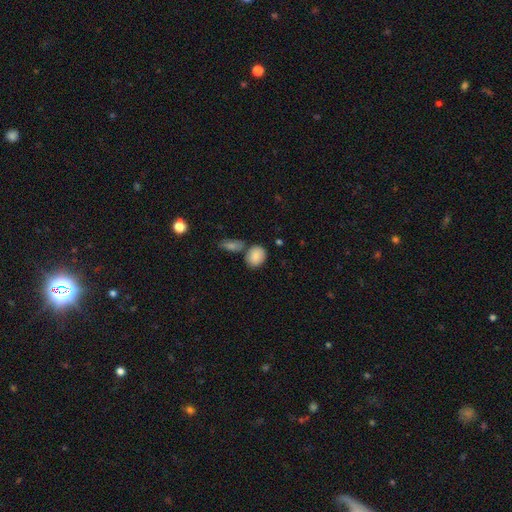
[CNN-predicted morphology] Smooth or featured?
  - smooth: 85% *
  - star or artifact: 7%
  - featured or disk: 7%
How rounded?
  - in between: 53% *
  - round: 45%
  - cigar-shaped: 2%
Merging?
  - none: 64% *
  - merger: 18%
  - minor disturbance: 14%
  - major disturbance: 4%